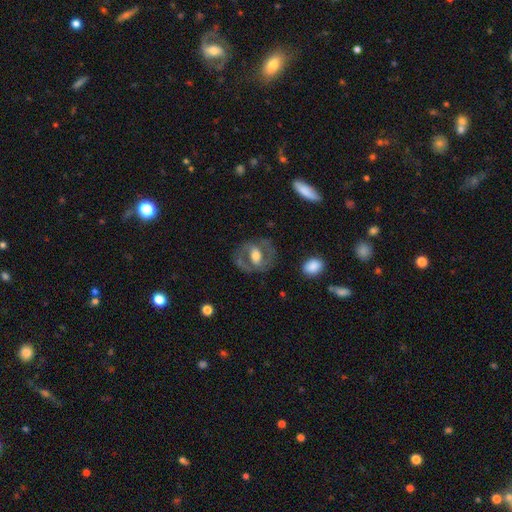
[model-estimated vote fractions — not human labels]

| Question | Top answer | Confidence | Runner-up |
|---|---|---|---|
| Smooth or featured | featured or disk | 70% | smooth (25%) |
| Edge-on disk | no | 95% | yes (5%) |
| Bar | weak | 37% | no (33%) |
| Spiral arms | yes | 65% | no (35%) |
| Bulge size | moderate | 55% | large (24%) |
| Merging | none | 72% | minor disturbance (14%) |